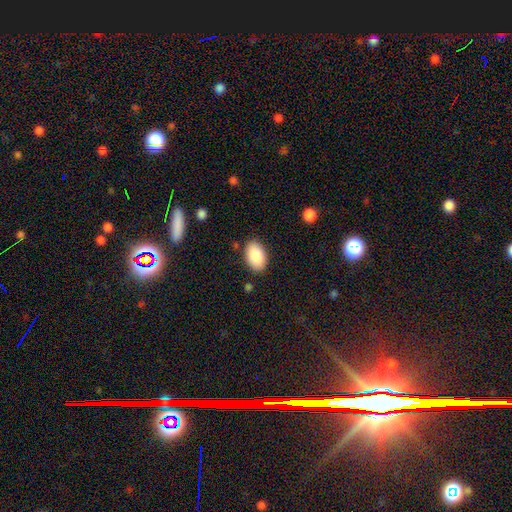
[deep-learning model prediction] smooth 89%, star or artifact 6%, featured or disk 5%. Down the decision tree: how rounded — in between (94%); merging — none (86%).